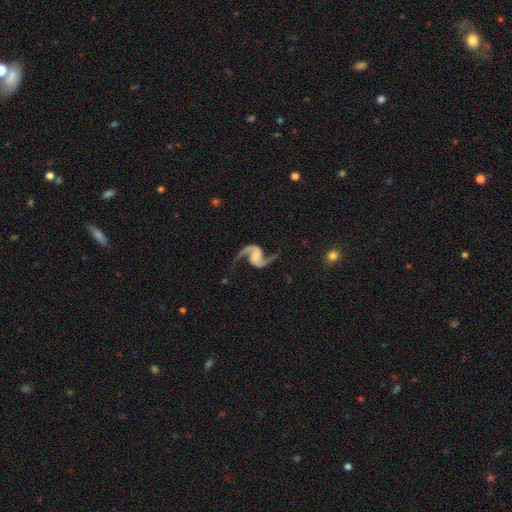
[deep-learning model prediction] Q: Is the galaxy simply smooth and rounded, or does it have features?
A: featured or disk — 93%.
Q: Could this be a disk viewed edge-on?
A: no — 98%.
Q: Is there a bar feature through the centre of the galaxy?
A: no — 49%.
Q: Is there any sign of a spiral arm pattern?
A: yes — 98%.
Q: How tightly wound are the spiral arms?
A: loose — 64%.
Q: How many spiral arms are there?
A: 2 — 95%.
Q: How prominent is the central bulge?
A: none — 56%.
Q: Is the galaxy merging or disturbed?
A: none — 79%.